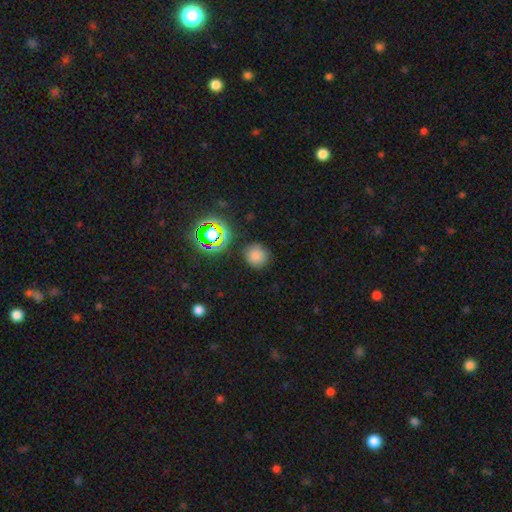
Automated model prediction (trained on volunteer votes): smooth_or_featured: smooth (p=0.75) [alt: star or artifact p=0.18]
how_rounded: round (p=0.91) [alt: in between p=0.08]
merging: none (p=0.85) [alt: minor disturbance p=0.10]